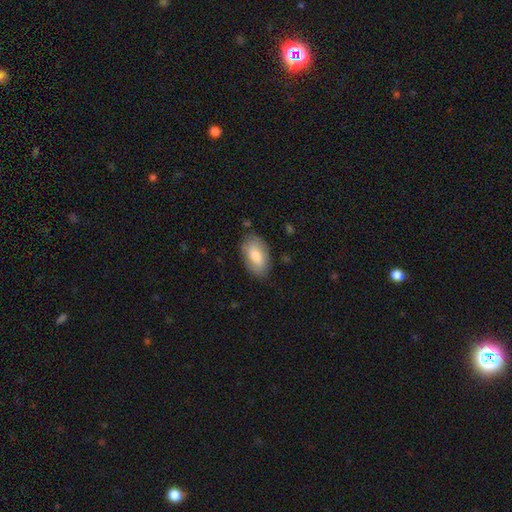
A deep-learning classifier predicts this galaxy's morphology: smooth 79%, featured or disk 15%, star or artifact 6%. Down the decision tree: how rounded — in between (94%); merging — none (80%).